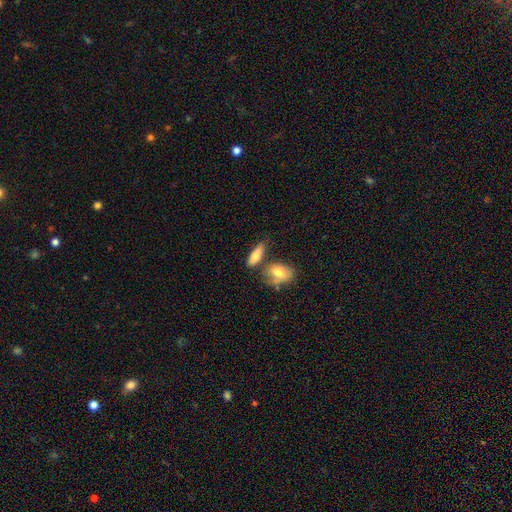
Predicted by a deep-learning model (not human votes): smooth-or-featured: smooth: 73% | featured or disk: 21% | star or artifact: 7%
  how-rounded: in between: 69% | cigar-shaped: 26% | round: 4%
  merging: none: 54% | merger: 24% | minor disturbance: 17% | major disturbance: 6%